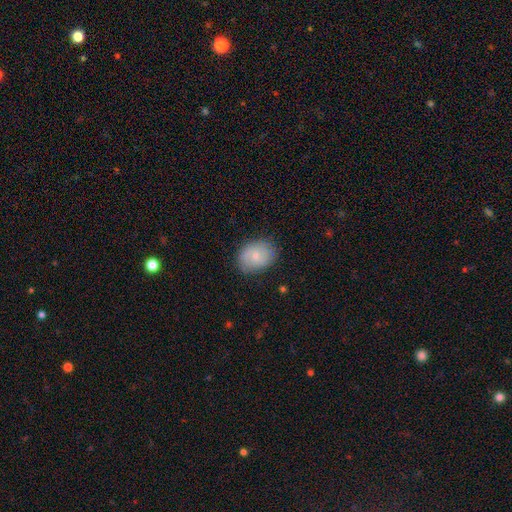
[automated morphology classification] smooth 68%, featured or disk 24%, star or artifact 7%. Down the decision tree: how rounded — in between (63%); merging — none (80%).